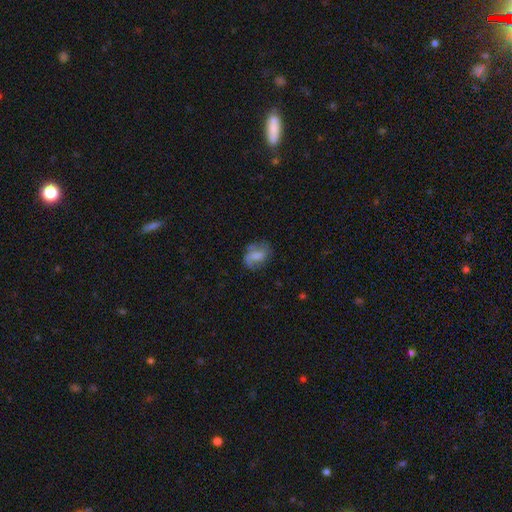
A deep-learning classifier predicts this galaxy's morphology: type=smooth (53%); roundness=in between (69%); merging=none (53%).